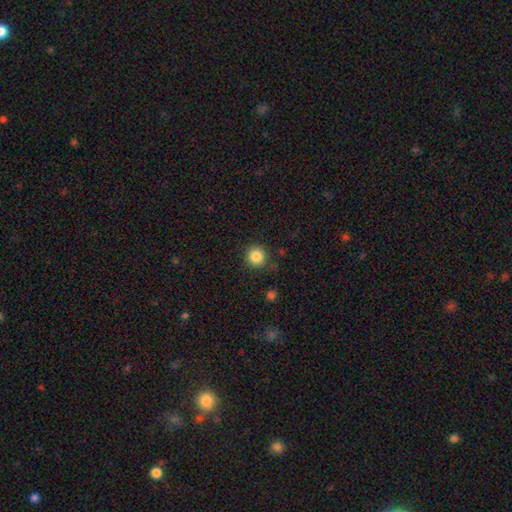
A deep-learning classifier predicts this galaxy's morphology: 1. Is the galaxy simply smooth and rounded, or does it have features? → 85% smooth, 11% star or artifact, 5% featured or disk.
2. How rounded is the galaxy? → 94% round, 5% in between, 1% cigar-shaped.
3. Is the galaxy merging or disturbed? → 87% none, 9% minor disturbance, 3% major disturbance, 2% merger.